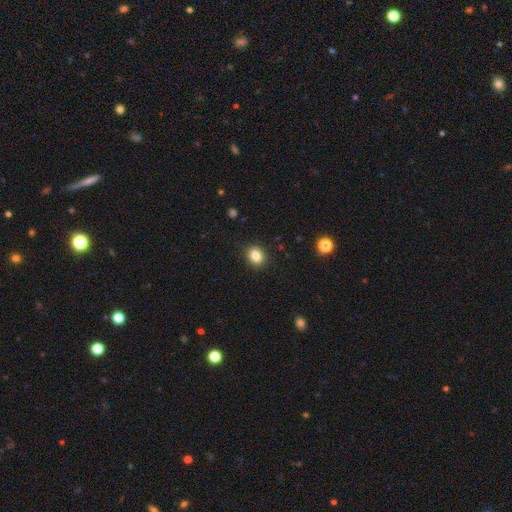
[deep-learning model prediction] Overall: smooth (84%). How rounded: round (57%; in between 42%). Merging: none (89%).